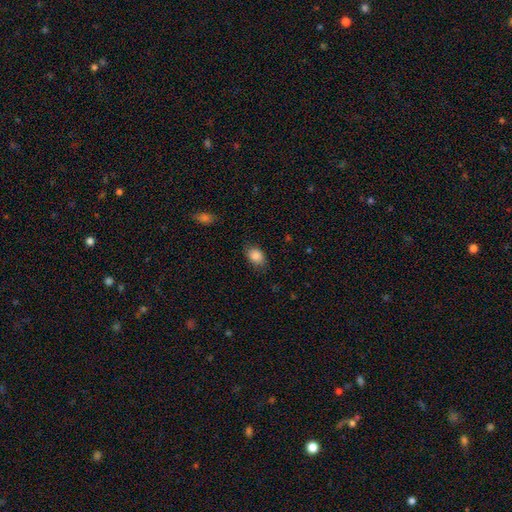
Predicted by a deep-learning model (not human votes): This is clearly a smooth galaxy (86%). How rounded: likely in between (77%). Merging: likely none (79%).